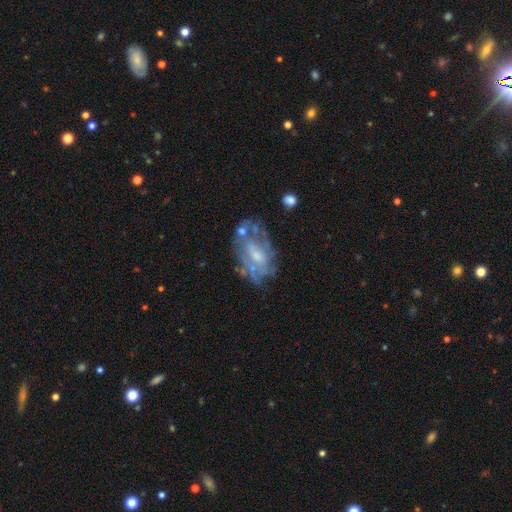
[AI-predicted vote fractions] smooth_or_featured: featured or disk (p=0.70) [alt: smooth p=0.22]
disk_edge_on: no (p=0.95) [alt: yes p=0.05]
bar: no (p=0.56) [alt: weak p=0.36]
has_spiral_arms: no (p=0.50) [tied with: yes p=0.50]
bulge_size: small (p=0.43) [alt: moderate p=0.42]
merging: none (p=0.51) [alt: minor disturbance p=0.22]